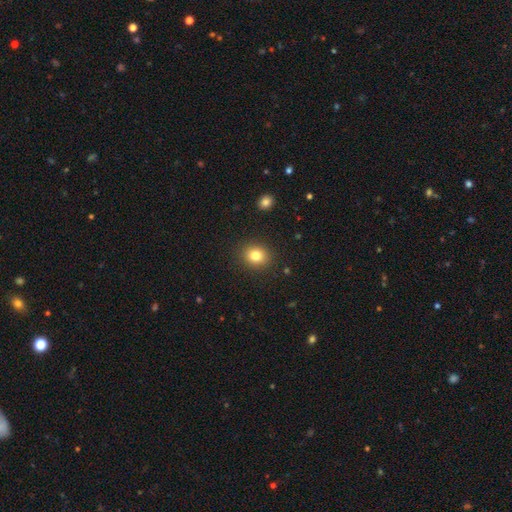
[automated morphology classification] Smooth or featured?
  - smooth: 81% *
  - star or artifact: 12%
  - featured or disk: 8%
How rounded?
  - round: 74% *
  - in between: 25%
  - cigar-shaped: 1%
Merging?
  - none: 90% *
  - minor disturbance: 7%
  - major disturbance: 2%
  - merger: 1%